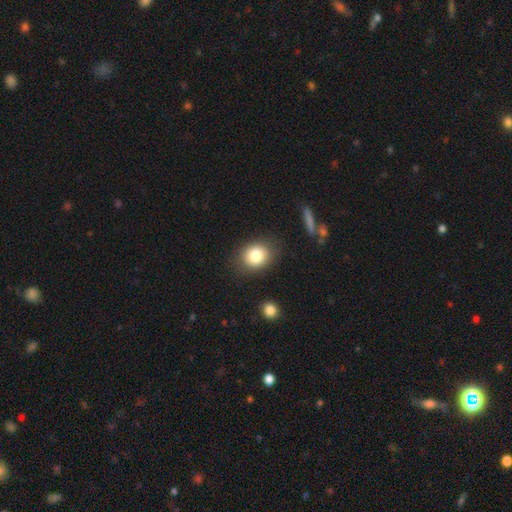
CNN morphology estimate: Smooth or featured? Predicted: smooth (p=0.82). How rounded? Predicted: round (p=0.63). Merging? Predicted: none (p=0.82).